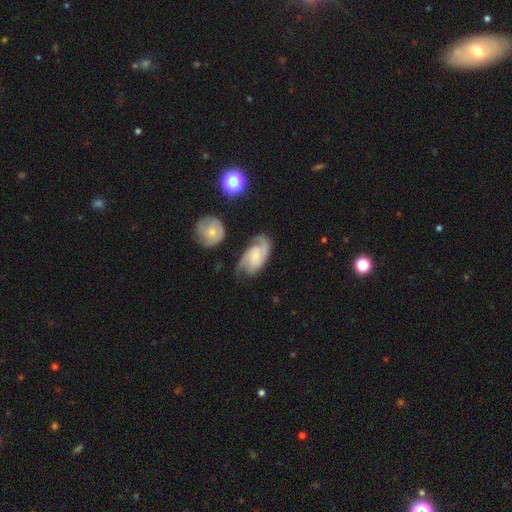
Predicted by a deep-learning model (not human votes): Overall: featured or disk (80%). Edge-on disk: no (97%). Bar: no (62%; weak 32%). Spiral arms: yes (96%). Spiral arm count: 2 (71%). Spiral winding: medium (45%; tight 38%). Bulge size: small (62%; moderate 25%). Merging: none (63%).